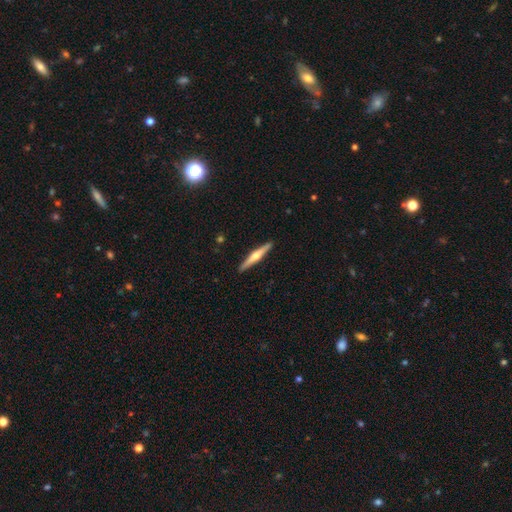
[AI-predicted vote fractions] smooth_or_featured: featured or disk (p=0.65) [alt: smooth p=0.30]
disk_edge_on: yes (p=0.98) [alt: no p=0.02]
edge_on_bulge: rounded (p=0.89) [alt: none p=0.06]
merging: none (p=0.91) [alt: minor disturbance p=0.06]